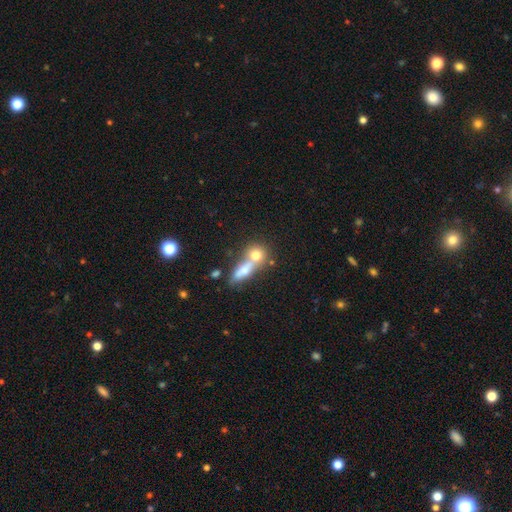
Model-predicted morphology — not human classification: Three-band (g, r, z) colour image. It shows a smooth galaxy with no disk features (71%) that is round (62%). Merging: merger (56%).